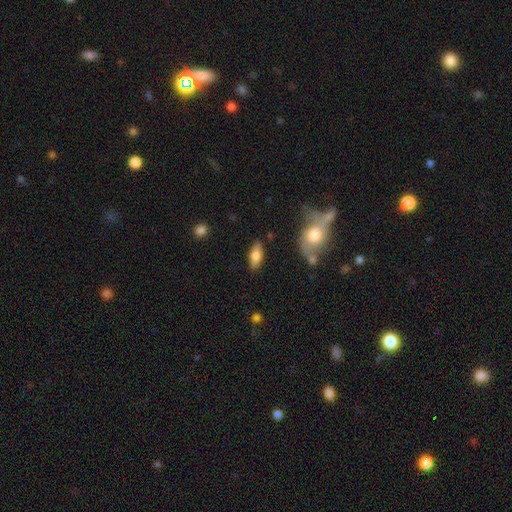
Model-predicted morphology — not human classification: Smooth or featured: smooth — 78% (featured or disk — 16%)
How rounded: in between — 85% (cigar-shaped — 13%)
Merging: none — 83% (minor disturbance — 11%)